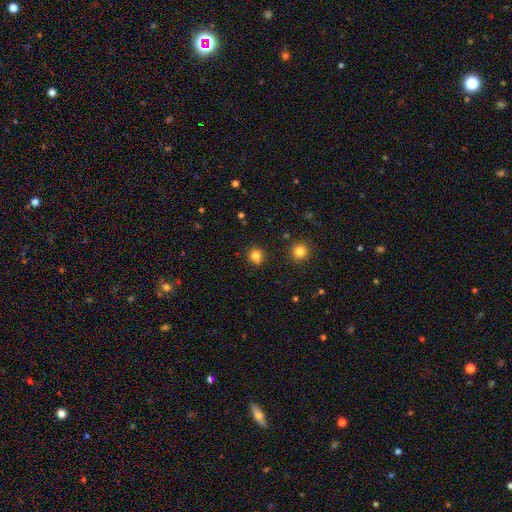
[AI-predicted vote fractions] Overall: smooth (81%). How rounded: round (91%). Merging: none (81%).